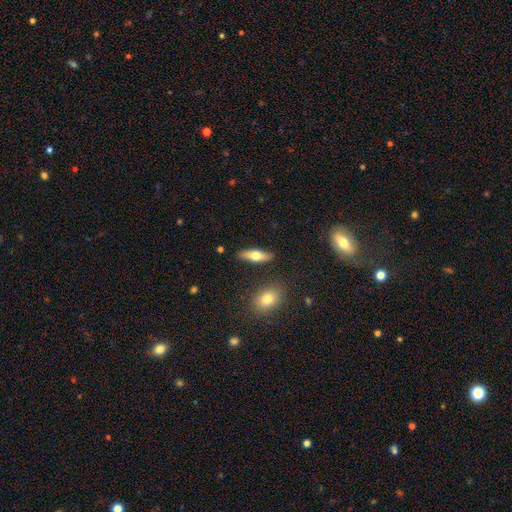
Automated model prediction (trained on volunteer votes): A smooth galaxy with no disk features (62%) that is in between round and cigar-shaped (53%). Merging: none (87%).